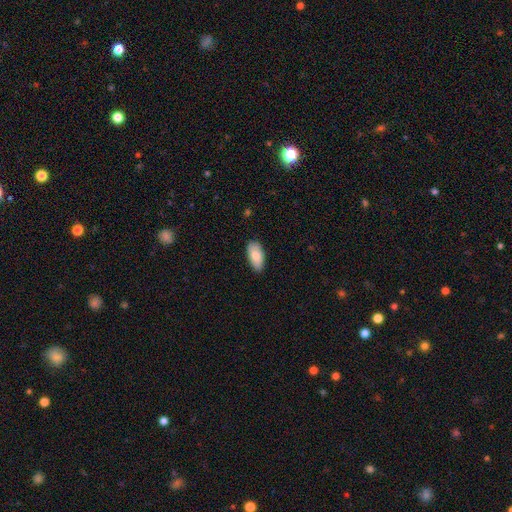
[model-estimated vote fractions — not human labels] smooth_or_featured: smooth (p=0.82) [alt: featured or disk p=0.12]
how_rounded: in between (p=0.92) [alt: cigar-shaped p=0.05]
merging: none (p=0.81) [alt: minor disturbance p=0.16]